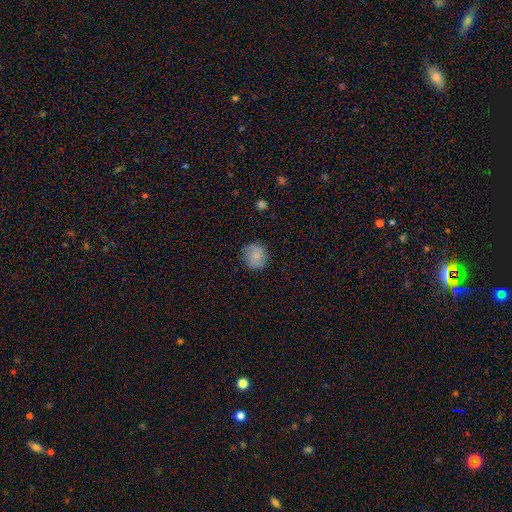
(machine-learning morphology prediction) Smooth or featured? Predicted: smooth (p=0.79). How rounded? Predicted: round (p=0.83). Merging? Predicted: none (p=0.79).